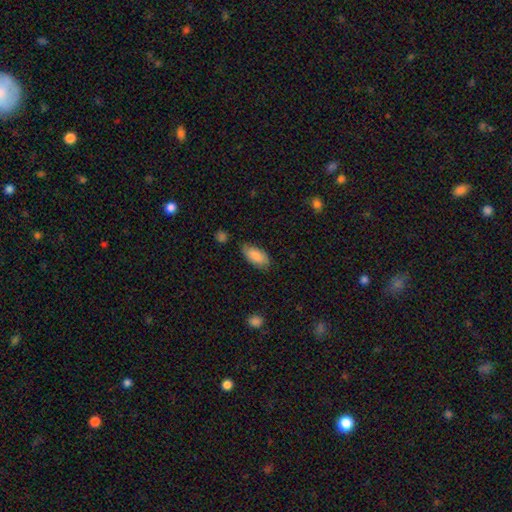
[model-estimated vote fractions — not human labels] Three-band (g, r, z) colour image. It shows a smooth galaxy with no disk features (86%) that is in between round and cigar-shaped (91%). Merging: none (75%).